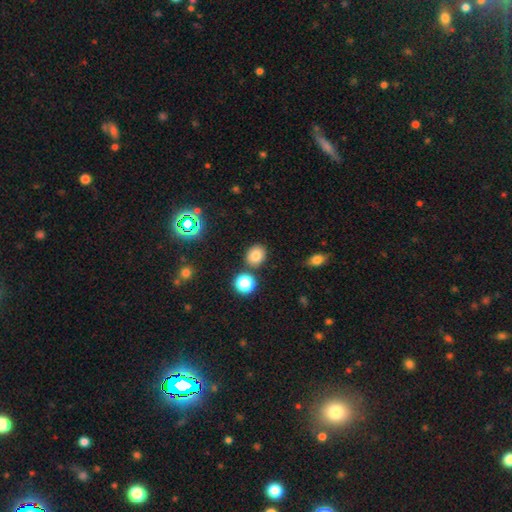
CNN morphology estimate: Smooth or featured? smooth (79%)
How rounded? round (65%)
Merging? none (83%)